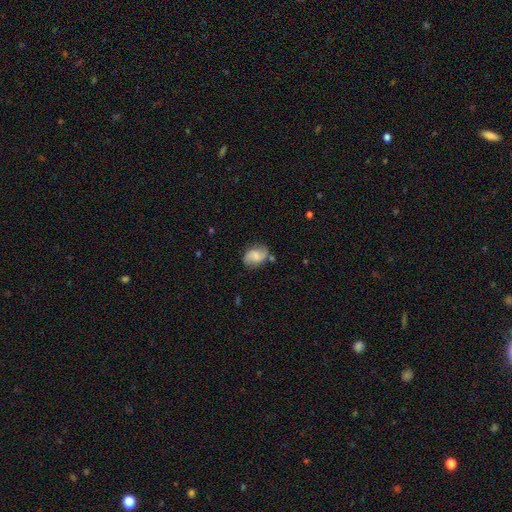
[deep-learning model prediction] A featured or disk galaxy (52%) with no bar (49%), spiral arms (90%) and a small central bulge (34%). Merging: none (67%).